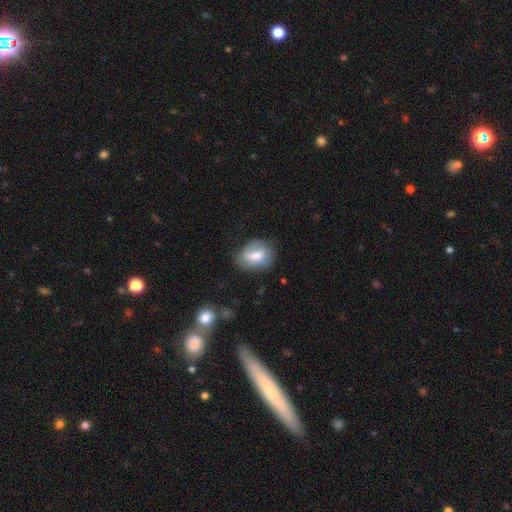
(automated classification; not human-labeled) smooth_or_featured: smooth (p=0.56) [alt: featured or disk p=0.36]
how_rounded: in between (p=0.64) [alt: round p=0.35]
merging: none (p=0.59) [alt: minor disturbance p=0.28]